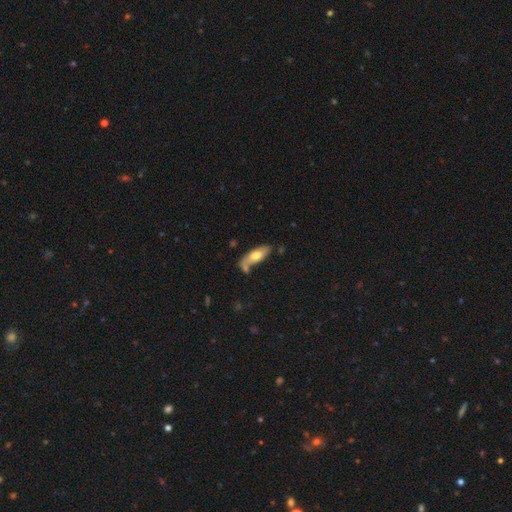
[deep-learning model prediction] This appears to be a smooth galaxy with no disk features (63%) that is in between round and cigar-shaped (64%). Merging: none (59%).